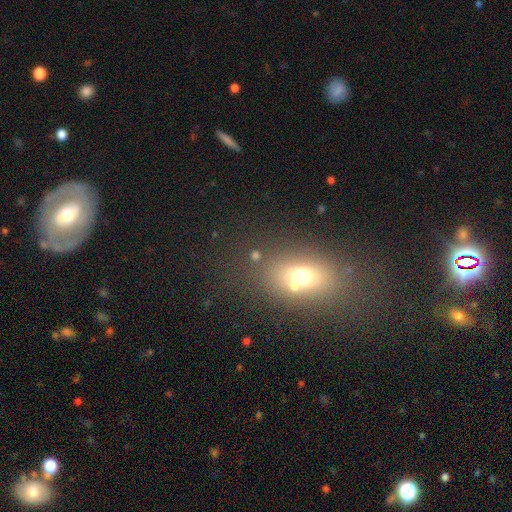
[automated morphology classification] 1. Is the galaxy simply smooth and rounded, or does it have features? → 58% smooth, 25% star or artifact, 17% featured or disk.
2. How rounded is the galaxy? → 51% in between, 45% round, 4% cigar-shaped.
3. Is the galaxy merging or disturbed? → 63% none, 19% merger, 11% minor disturbance, 7% major disturbance.